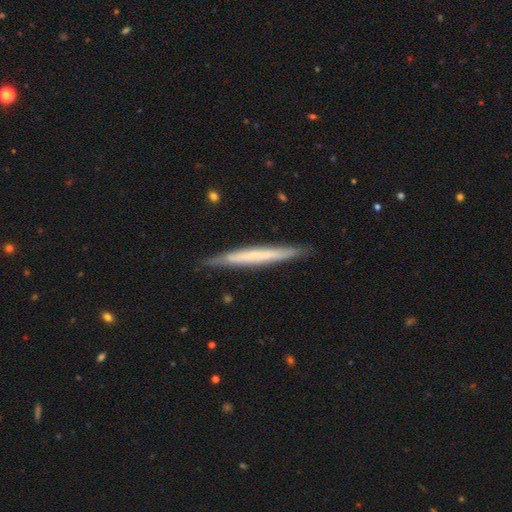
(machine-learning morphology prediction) Overall: smooth (48%; featured or disk 46%). Merging: none (87%).